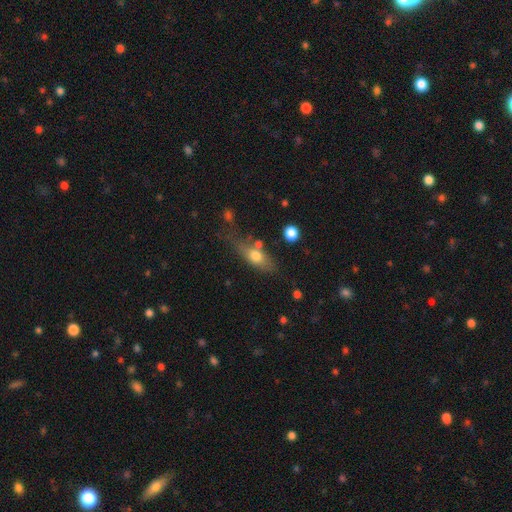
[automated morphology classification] Overall: smooth (67%). How rounded: in between (70%). Merging: none (49%; minor disturbance 25%).